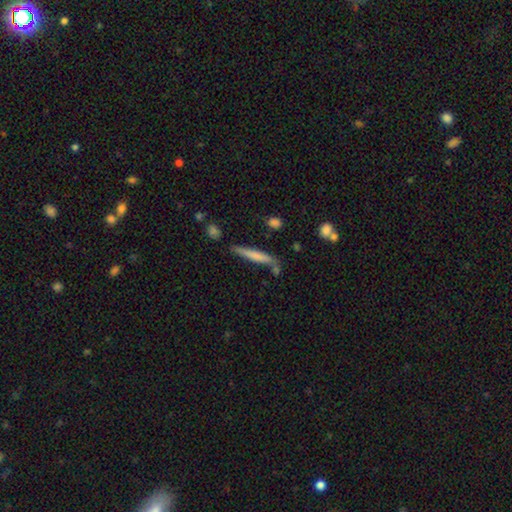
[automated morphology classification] smooth-or-featured: smooth: 65% | featured or disk: 29% | star or artifact: 6%
  how-rounded: cigar-shaped: 93% | in between: 6% | round: 2%
  merging: none: 69% | minor disturbance: 17% | merger: 9% | major disturbance: 5%